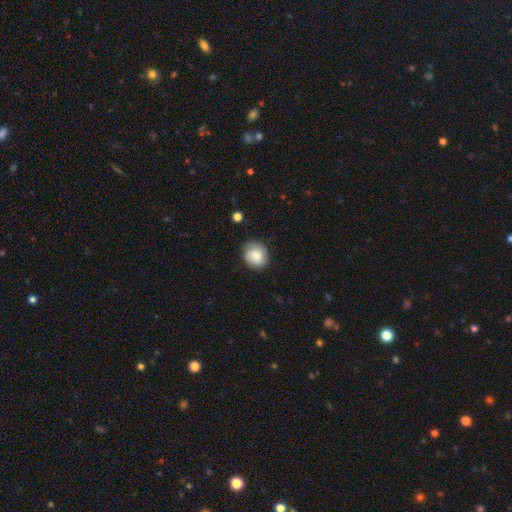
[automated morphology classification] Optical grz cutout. It shows a smooth galaxy with no disk features (68%) that is round (75%). Merging: none (70%).